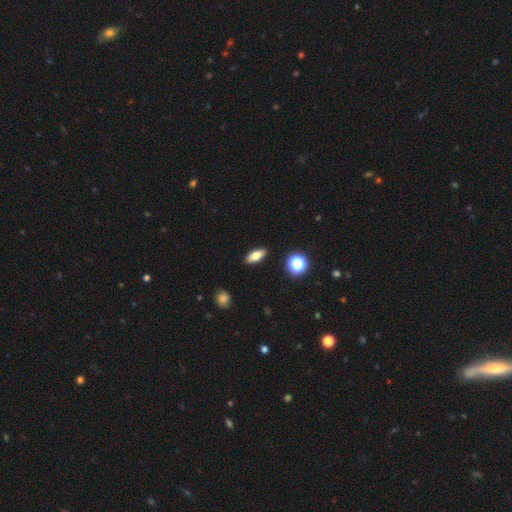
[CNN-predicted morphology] The model was most divided on "how rounded": in between: 75%, cigar-shaped: 20%, round: 5%. More confident: merging — none (89%); smooth or featured — smooth (74%).